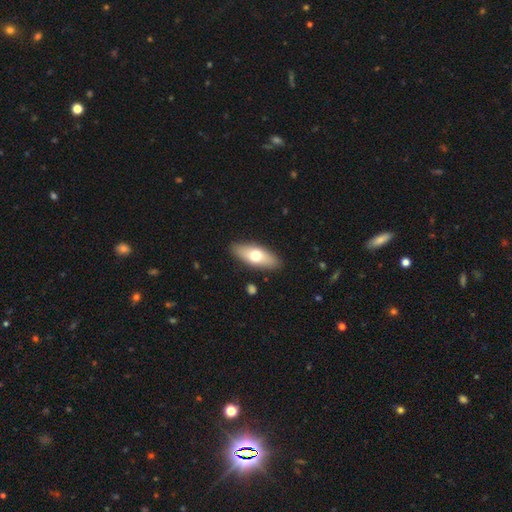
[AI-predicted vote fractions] This is likely a smooth galaxy (64%). How rounded: likely in between (74%). Merging: clearly none (88%).